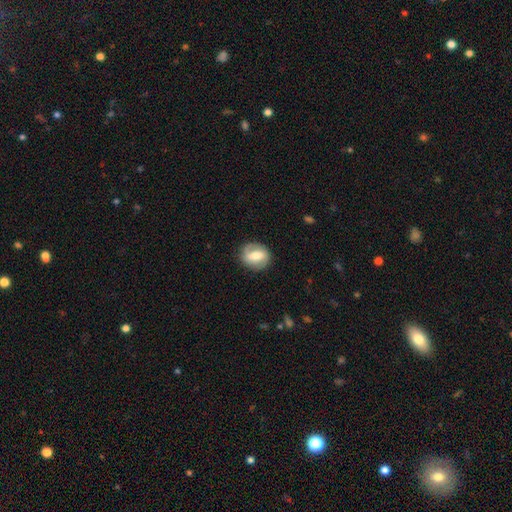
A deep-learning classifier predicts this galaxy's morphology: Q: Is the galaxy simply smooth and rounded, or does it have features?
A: featured or disk — 59%.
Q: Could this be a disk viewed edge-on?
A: no — 96%.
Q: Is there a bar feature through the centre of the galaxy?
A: strong — 41%.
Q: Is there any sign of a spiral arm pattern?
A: yes — 73%.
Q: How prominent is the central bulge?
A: moderate — 65%.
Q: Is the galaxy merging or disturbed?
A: none — 84%.